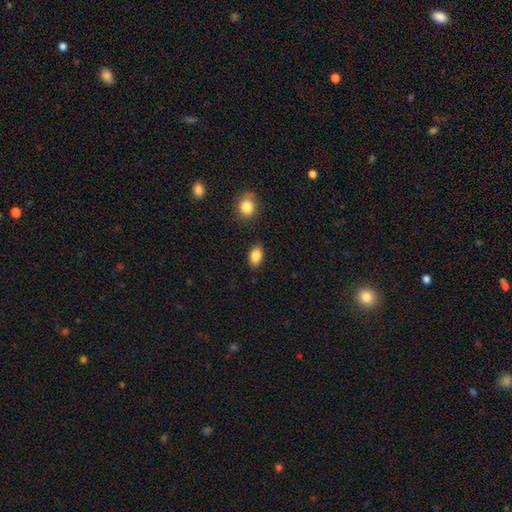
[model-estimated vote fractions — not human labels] Smooth or featured? Predicted: smooth (p=0.85). How rounded? Predicted: in between (p=0.86). Merging? Predicted: none (p=0.85).